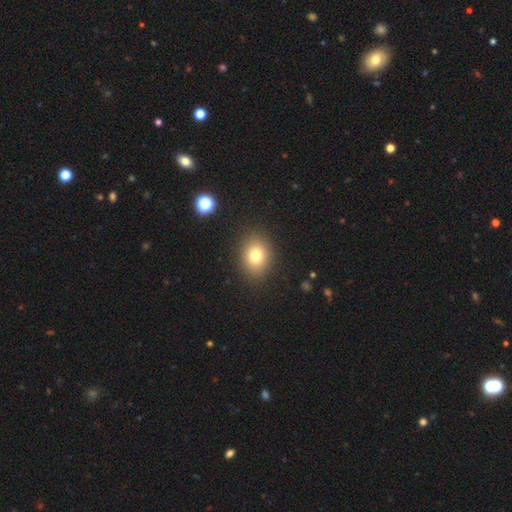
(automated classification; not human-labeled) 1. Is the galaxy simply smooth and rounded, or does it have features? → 78% smooth, 12% star or artifact, 10% featured or disk.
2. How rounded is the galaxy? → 53% in between, 46% round, 1% cigar-shaped.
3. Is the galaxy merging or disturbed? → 88% none, 8% minor disturbance, 3% major disturbance, 1% merger.